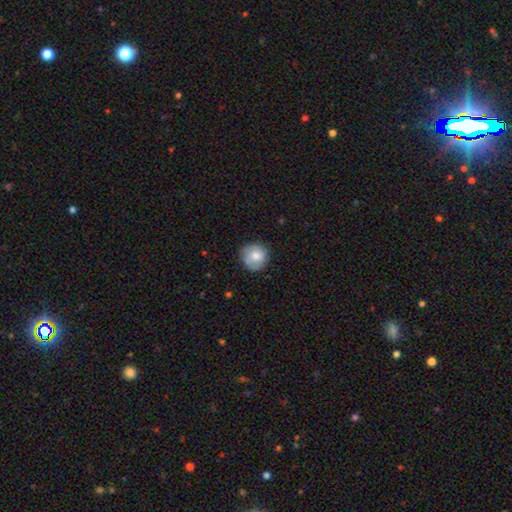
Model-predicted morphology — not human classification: Q: Smooth or featured?
A: smooth (63%); runner-up: featured or disk (30%)
Q: How rounded?
A: round (91%); runner-up: in between (8%)
Q: Merging?
A: none (79%); runner-up: minor disturbance (15%)